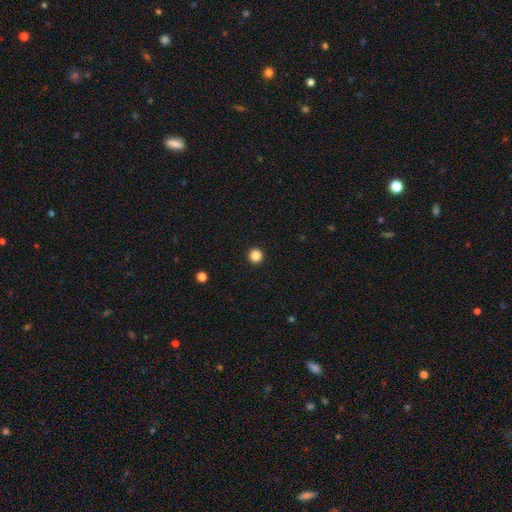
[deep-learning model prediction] Smooth or featured? smooth (86%)
How rounded? round (96%)
Merging? none (94%)